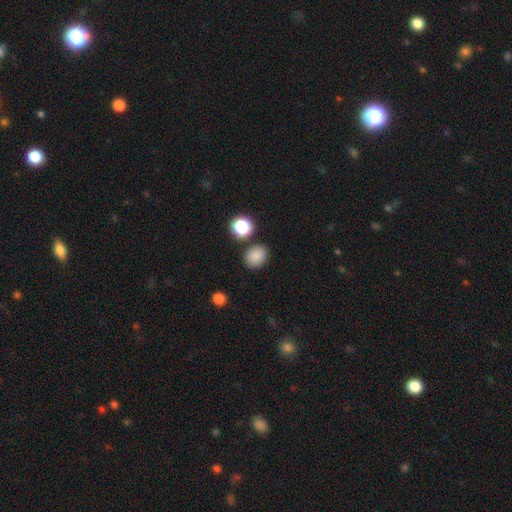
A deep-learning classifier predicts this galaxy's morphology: Overall: smooth (85%). How rounded: round (53%; in between 46%). Merging: none (82%).